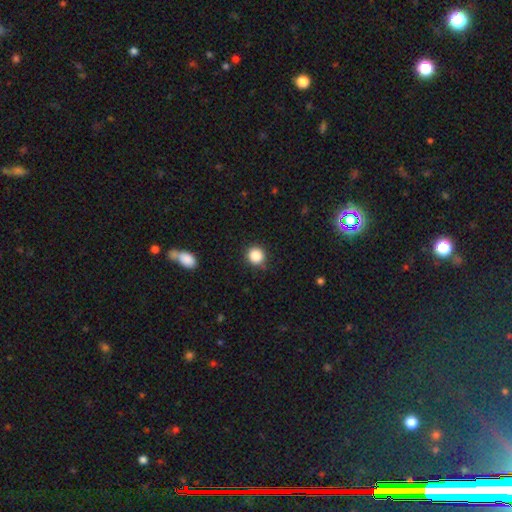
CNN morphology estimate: Smooth or featured? smooth (87%)
How rounded? round (90%)
Merging? none (87%)